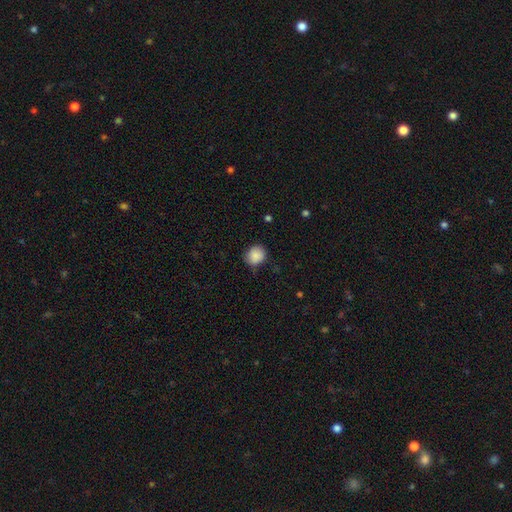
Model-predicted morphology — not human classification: Smooth or featured? smooth (88%)
How rounded? round (76%)
Merging? none (74%)